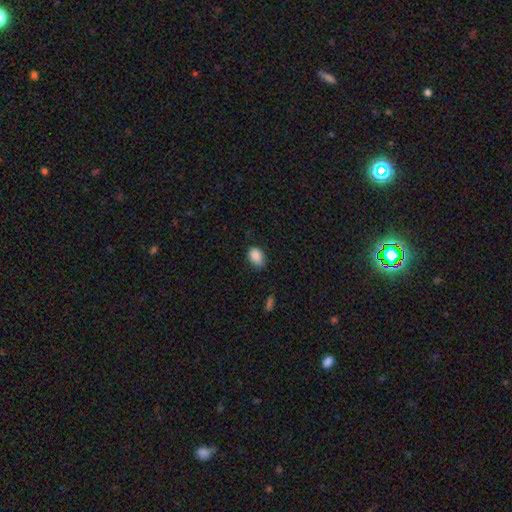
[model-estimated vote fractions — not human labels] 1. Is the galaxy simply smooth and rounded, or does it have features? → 87% smooth, 8% star or artifact, 5% featured or disk.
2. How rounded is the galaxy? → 81% in between, 18% round, 1% cigar-shaped.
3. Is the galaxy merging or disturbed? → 65% none, 29% minor disturbance, 4% major disturbance, 1% merger.